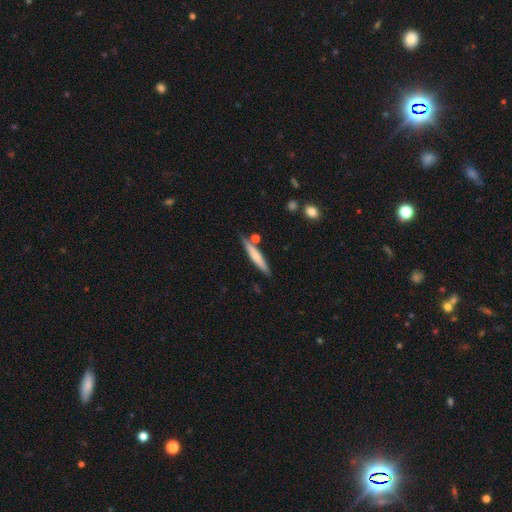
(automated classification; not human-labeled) Smooth or featured? smooth (65%)
How rounded? cigar-shaped (93%)
Merging? none (78%)